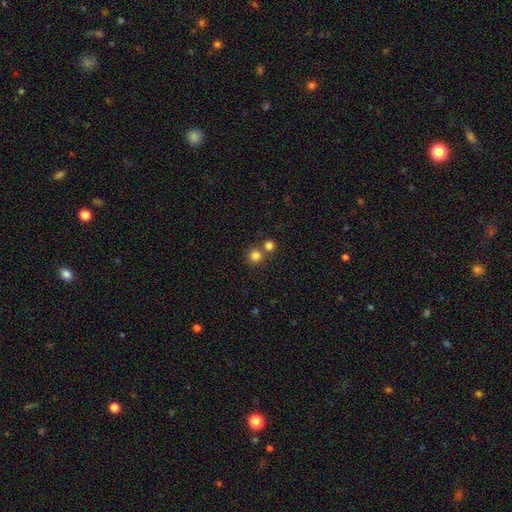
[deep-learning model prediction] The model was most divided on "merging": none: 63%, merger: 29%, minor disturbance: 6%, major disturbance: 2%. More confident: how rounded — round (93%); smooth or featured — smooth (81%).